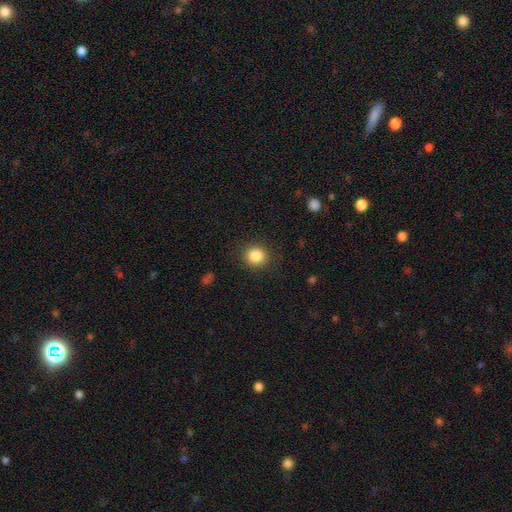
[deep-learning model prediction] A smooth galaxy with no disk features (86%) that is round (88%).

Vote fractions:
- Smooth or featured? smooth: 86% / star or artifact: 10% / featured or disk: 4%
- How rounded? round: 88% / in between: 11% / cigar-shaped: 1%
- Merging? none: 89% / minor disturbance: 7% / major disturbance: 3% / merger: 1%